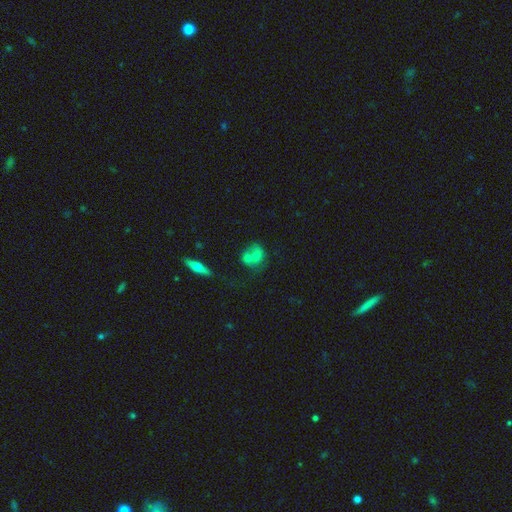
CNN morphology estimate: A smooth galaxy with no disk features (62%) that is round (53%).

Vote fractions:
- Smooth or featured? smooth: 62% / featured or disk: 27% / star or artifact: 11%
- How rounded? round: 53% / in between: 45% / cigar-shaped: 3%
- Merging? merger: 50% / none: 32% / minor disturbance: 12% / major disturbance: 6%